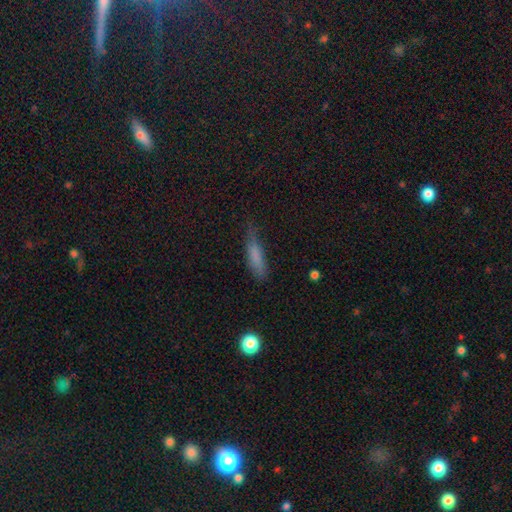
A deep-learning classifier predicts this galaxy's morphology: Smooth or featured?
  - smooth: 77% *
  - featured or disk: 15%
  - star or artifact: 9%
How rounded?
  - cigar-shaped: 68% *
  - in between: 30%
  - round: 2%
Merging?
  - none: 56% *
  - minor disturbance: 32%
  - major disturbance: 10%
  - merger: 2%